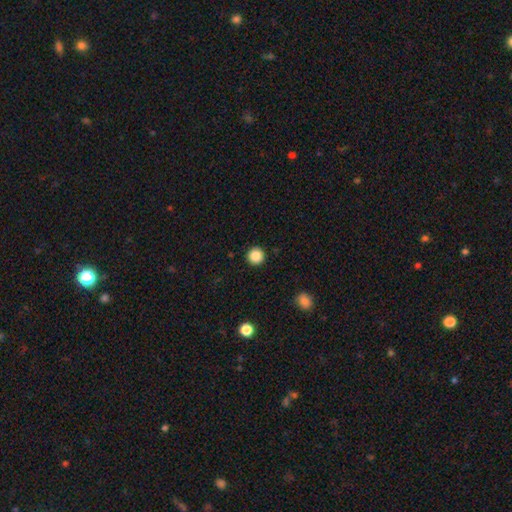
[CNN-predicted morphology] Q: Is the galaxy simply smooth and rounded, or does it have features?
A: smooth — 87%.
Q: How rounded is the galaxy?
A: round — 96%.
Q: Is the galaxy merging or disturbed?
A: none — 93%.